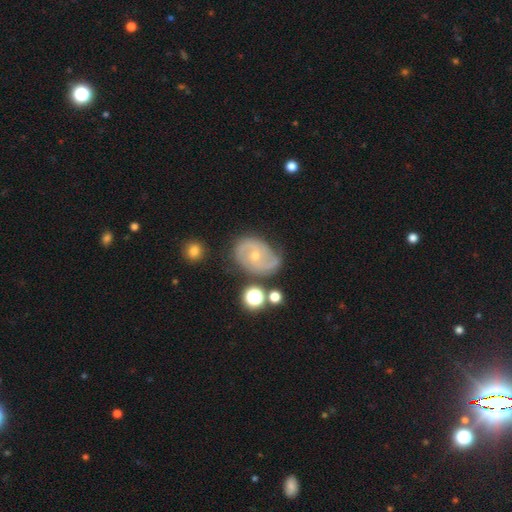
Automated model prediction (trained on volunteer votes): A featured or disk galaxy (79%) with no bar (66%), 2 (73%) medium (45%) spiral arms (91%) and a small central bulge (63%).

Vote fractions:
- Smooth or featured? featured or disk: 79% / smooth: 13% / star or artifact: 7%
- Edge-on disk? no: 97% / yes: 3%
- Bar? no: 66% / weak: 28% / strong: 5%
- Spiral arms? yes: 91% / no: 9%
- Spiral winding? medium: 45% / tight: 40% / loose: 16%
- Spiral arm count? 2: 73% / can't tell: 13% / 3: 6% / 1: 3% / 4: 2% / more than 4: 2%
- Bulge size? small: 63% / moderate: 34% / none: 1% / large: 1% / dominant: 1%
- Merging? none: 65% / minor disturbance: 23% / major disturbance: 8% / merger: 4%